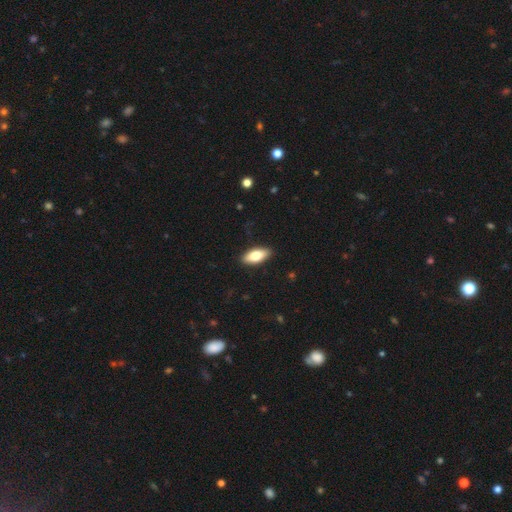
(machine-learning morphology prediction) Overall: smooth (77%). How rounded: in between (85%). Merging: none (89%).